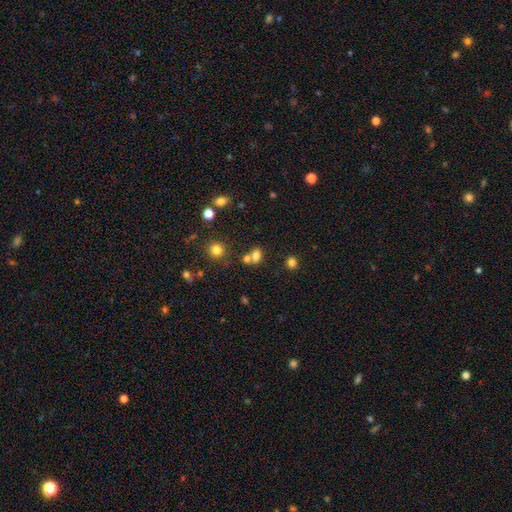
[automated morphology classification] Smooth or featured? Predicted: smooth (p=0.75). How rounded? Predicted: in between (p=0.69). Merging? Predicted: none (p=0.48).